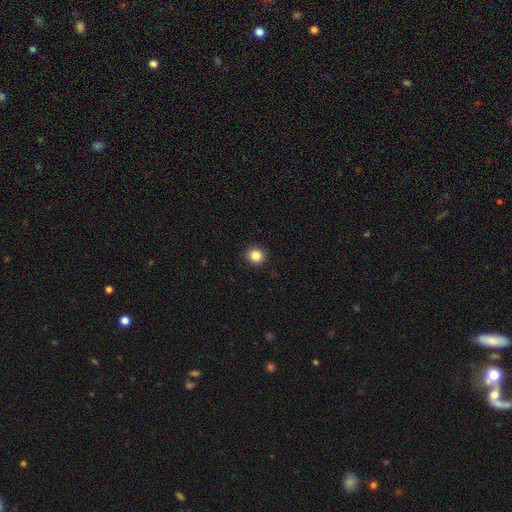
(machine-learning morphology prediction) smooth_or_featured: smooth (p=0.85) [alt: star or artifact p=0.11]
how_rounded: round (p=0.90) [alt: in between p=0.09]
merging: none (p=0.92) [alt: minor disturbance p=0.05]